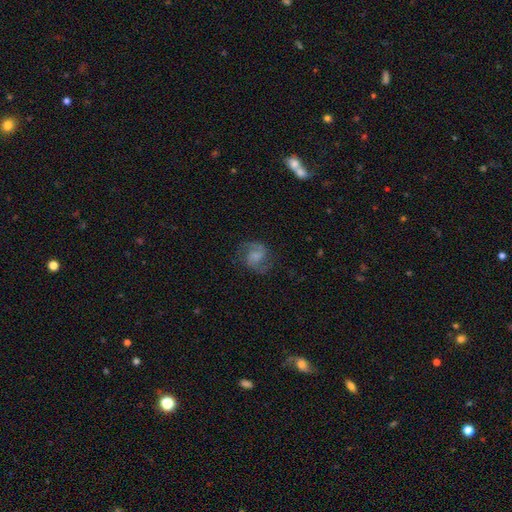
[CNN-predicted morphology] Q: Smooth or featured?
A: featured or disk (79%); runner-up: smooth (14%)
Q: Edge-on disk?
A: no (98%); runner-up: yes (2%)
Q: Bar?
A: weak (45%); runner-up: no (43%)
Q: Spiral arms?
A: yes (96%); runner-up: no (4%)
Q: Spiral winding?
A: medium (57%); runner-up: loose (27%)
Q: Spiral arm count?
A: 2 (92%); runner-up: can't tell (3%)
Q: Bulge size?
A: none (42%); runner-up: moderate (23%)
Q: Merging?
A: none (77%); runner-up: minor disturbance (14%)